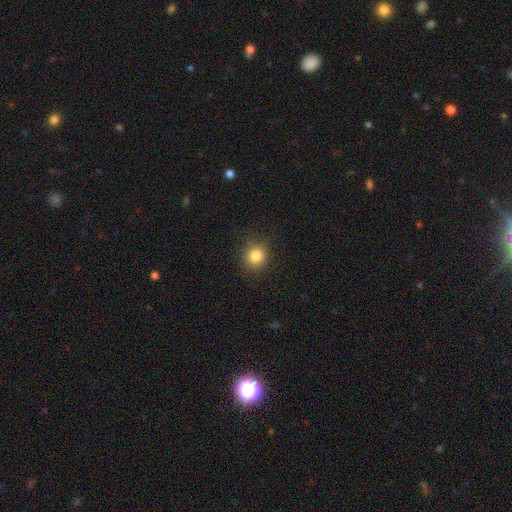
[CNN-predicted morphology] smooth-or-featured: smooth: 84% | star or artifact: 11% | featured or disk: 5%
  how-rounded: round: 84% | in between: 15% | cigar-shaped: 1%
  merging: none: 88% | minor disturbance: 8% | major disturbance: 3% | merger: 1%